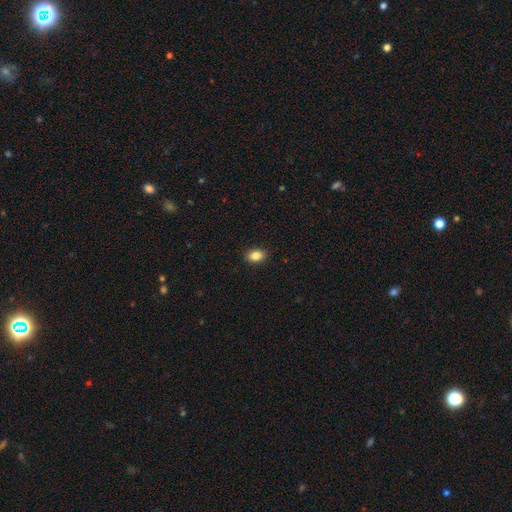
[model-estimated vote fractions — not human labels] A smooth galaxy with no disk features (86%) that is in between round and cigar-shaped (78%). Merging: none (89%).